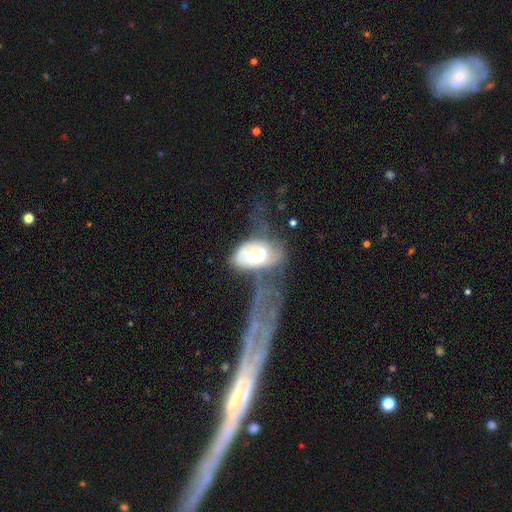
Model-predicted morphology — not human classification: Smooth or featured: featured or disk — 53% (smooth — 38%)
Edge-on disk: no — 95% (yes — 5%)
Merging: major disturbance — 48% (merger — 30%)